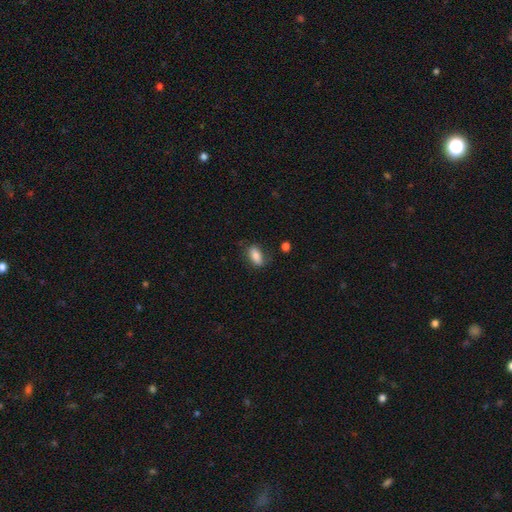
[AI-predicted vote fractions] This appears to be a smooth galaxy with no disk features (80%) that is in between round and cigar-shaped (88%). Merging: none (69%).